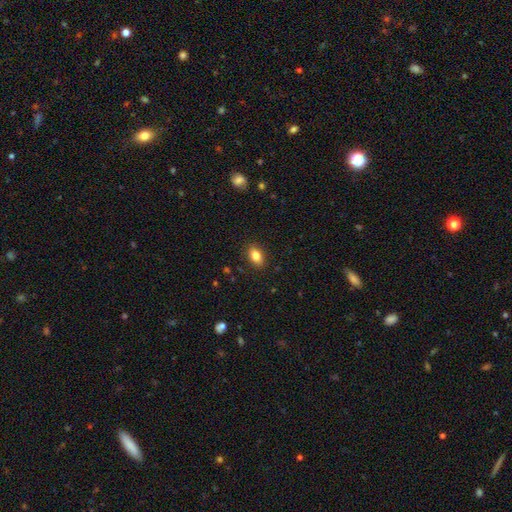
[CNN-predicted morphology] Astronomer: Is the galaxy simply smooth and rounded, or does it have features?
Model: smooth — 83%.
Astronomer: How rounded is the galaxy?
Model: in between — 86%.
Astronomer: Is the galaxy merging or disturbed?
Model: none — 88%.